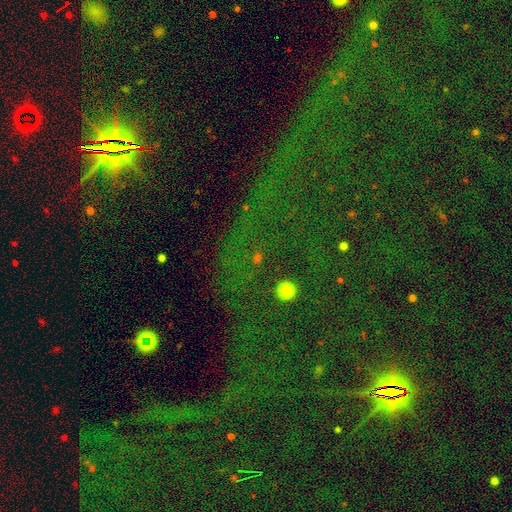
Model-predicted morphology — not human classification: type=star or artifact (83%).